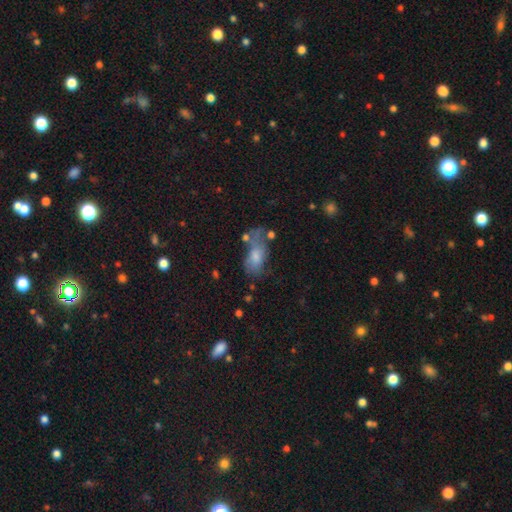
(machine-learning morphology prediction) smooth-or-featured: smooth: 60% | featured or disk: 30% | star or artifact: 10%
  how-rounded: in between: 88% | cigar-shaped: 6% | round: 5%
  merging: major disturbance: 31% | none: 28% | minor disturbance: 25% | merger: 16%